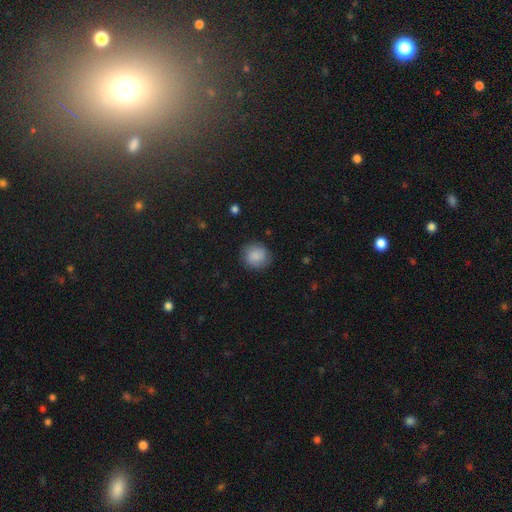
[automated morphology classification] This appears to be a smooth galaxy with no disk features (87%) that is round (89%). Merging: none (86%).